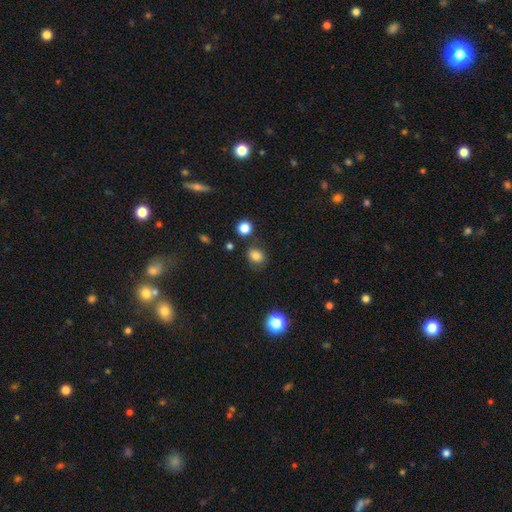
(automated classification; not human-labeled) This is clearly a smooth galaxy (82%). How rounded: possibly round (57%). Merging: likely none (75%).